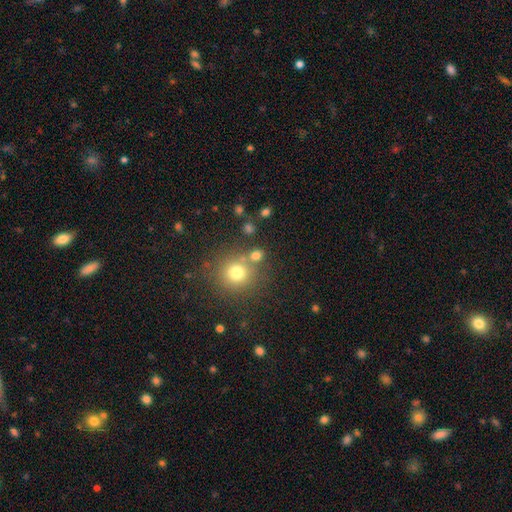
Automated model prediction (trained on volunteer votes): A smooth galaxy with no disk features (74%) that is round (83%).

Vote fractions:
- Smooth or featured? smooth: 74% / star or artifact: 17% / featured or disk: 9%
- How rounded? round: 83% / in between: 16% / cigar-shaped: 1%
- Merging? none: 68% / merger: 18% / minor disturbance: 9% / major disturbance: 4%